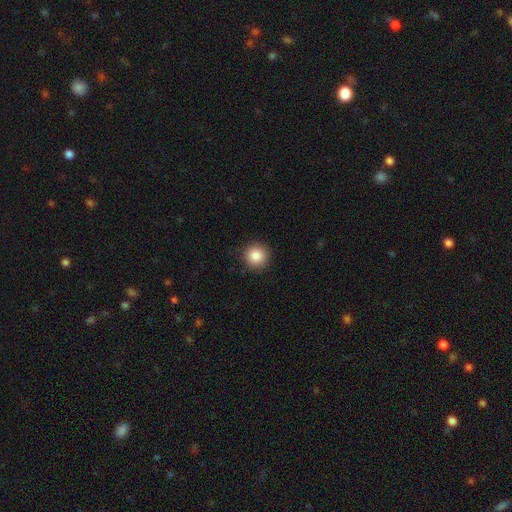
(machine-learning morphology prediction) smooth-or-featured: smooth: 86% | star or artifact: 9% | featured or disk: 5%
  how-rounded: round: 95% | in between: 4% | cigar-shaped: 1%
  merging: none: 91% | minor disturbance: 6% | major disturbance: 2% | merger: 1%